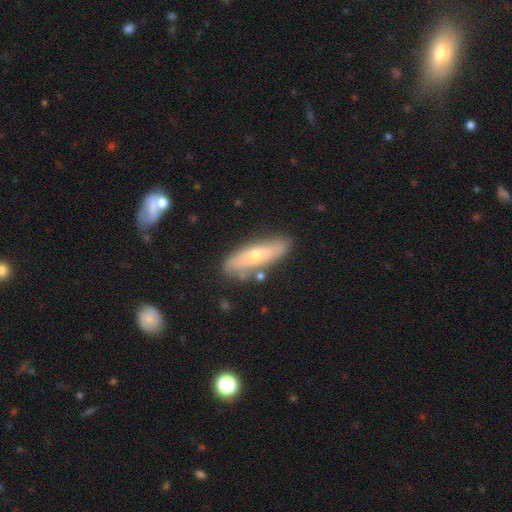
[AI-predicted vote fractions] smooth 51%, featured or disk 42%, star or artifact 7%. Down the decision tree: how rounded — cigar-shaped (55%); merging — none (79%).